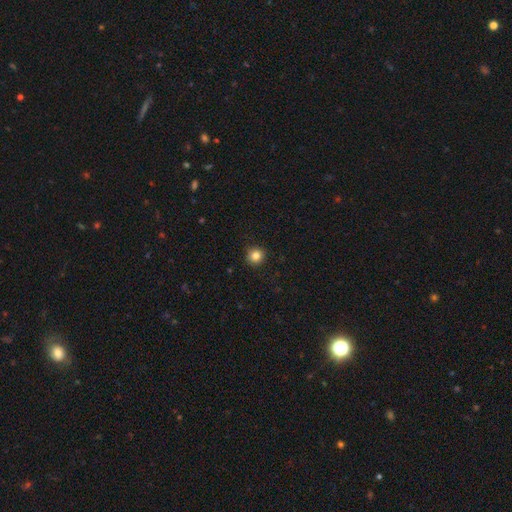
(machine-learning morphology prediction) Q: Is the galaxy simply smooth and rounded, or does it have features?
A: smooth — 83%.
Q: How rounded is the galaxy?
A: round — 93%.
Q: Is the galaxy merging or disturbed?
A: none — 92%.